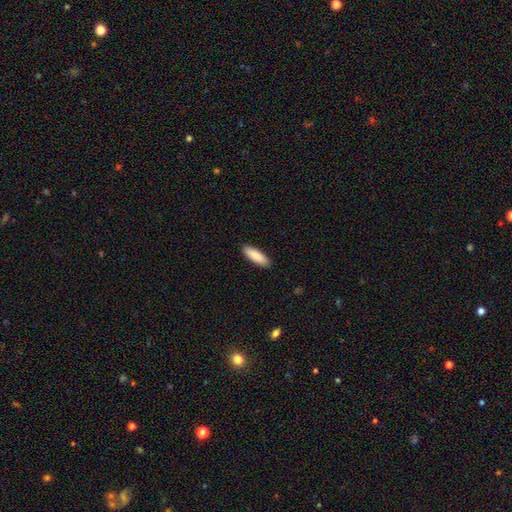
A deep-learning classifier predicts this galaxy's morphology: Smooth or featured?
  - smooth: 88% *
  - featured or disk: 6%
  - star or artifact: 5%
How rounded?
  - in between: 51% *
  - cigar-shaped: 48%
  - round: 1%
Merging?
  - none: 90% *
  - minor disturbance: 7%
  - major disturbance: 2%
  - merger: 1%